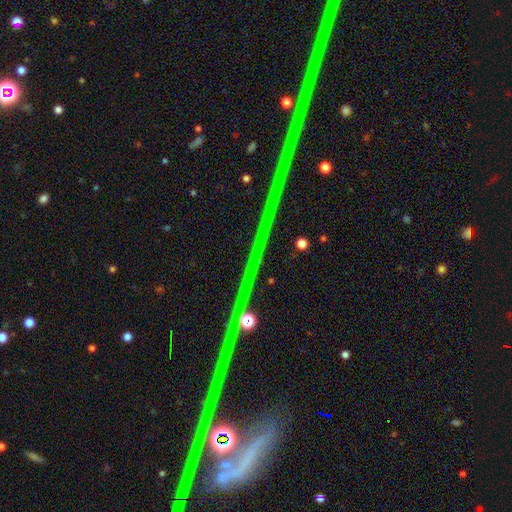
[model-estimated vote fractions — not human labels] This is likely a star or artifact rather than a galaxy (76%).